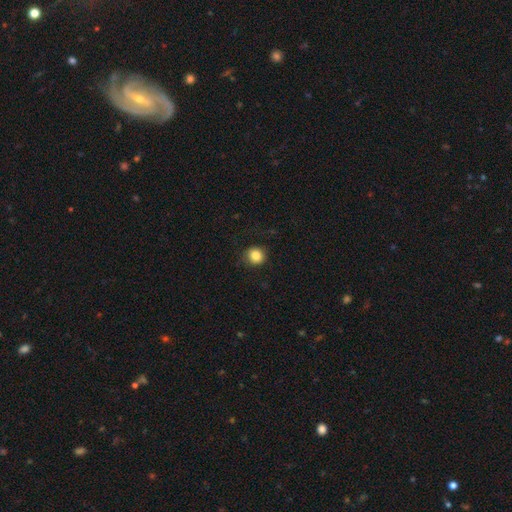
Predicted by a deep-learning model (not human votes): A smooth galaxy with no disk features (85%) that is round (88%). Merging: none (87%).